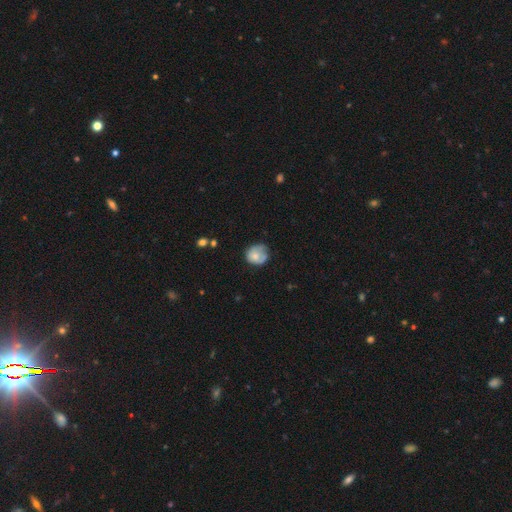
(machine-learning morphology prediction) A smooth galaxy with no disk features (65%) that is round (74%). Merging: none (45%).